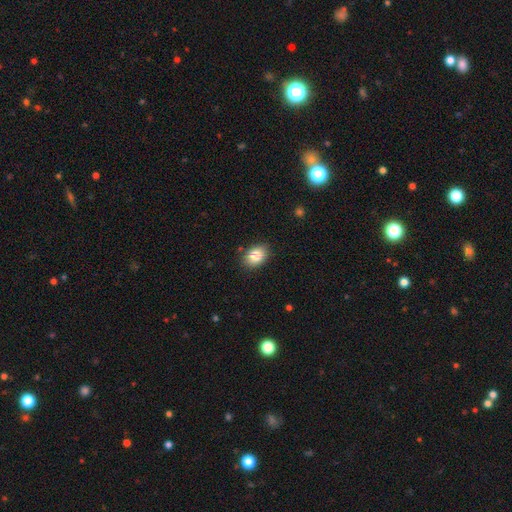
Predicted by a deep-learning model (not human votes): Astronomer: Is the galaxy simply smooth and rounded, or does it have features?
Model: smooth — 84%.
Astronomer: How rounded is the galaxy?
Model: in between — 78%.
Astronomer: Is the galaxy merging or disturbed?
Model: none — 86%.